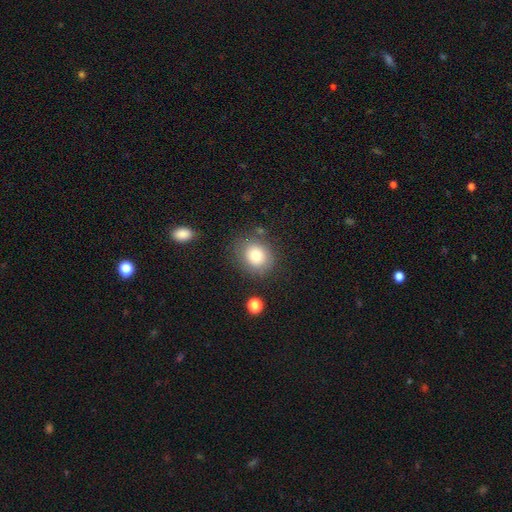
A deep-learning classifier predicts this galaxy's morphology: The model was most divided on "how rounded": round: 74%, in between: 25%, cigar-shaped: 1%. More confident: merging — none (79%); smooth or featured — smooth (78%).